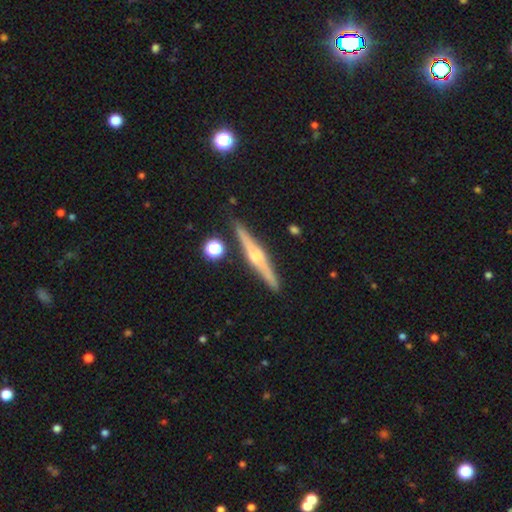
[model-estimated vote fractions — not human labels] Smooth or featured: featured or disk — 77% (smooth — 16%)
Edge-on disk: yes — 98% (no — 2%)
Edge-on bulge: rounded — 86% (boxy — 9%)
Merging: none — 89% (minor disturbance — 7%)